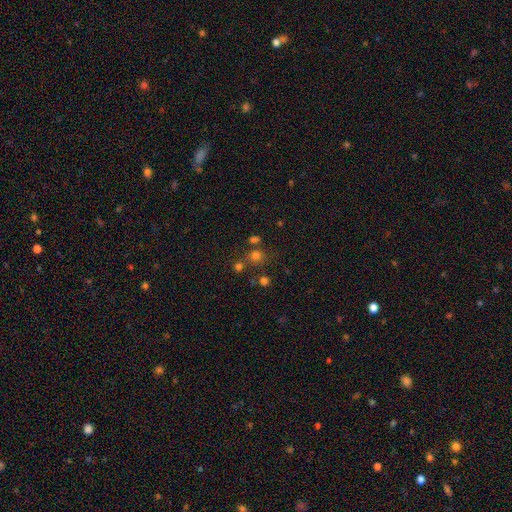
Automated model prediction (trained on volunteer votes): A smooth galaxy with no disk features (64%) that is round (86%). Merging: none (69%).